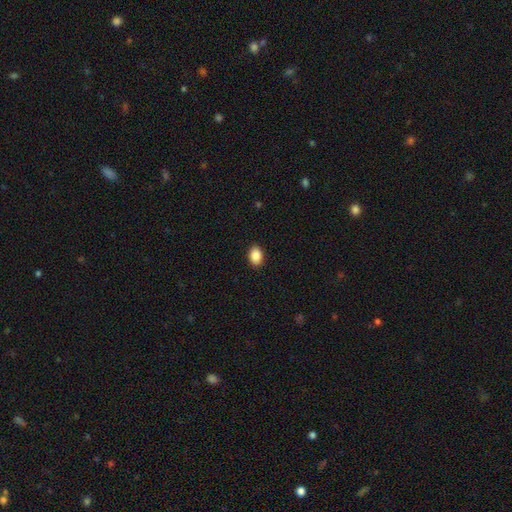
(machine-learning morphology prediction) The model was most divided on "how rounded": in between: 81%, round: 18%, cigar-shaped: 1%. More confident: merging — none (90%); smooth or featured — smooth (89%).